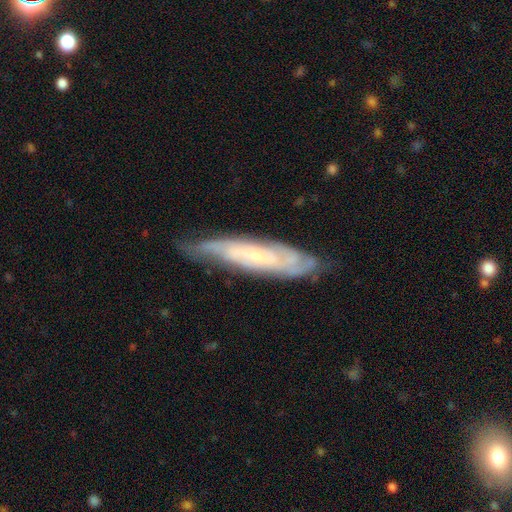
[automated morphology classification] type=featured or disk (74%); edge-on=no (65%); merging=none (71%).